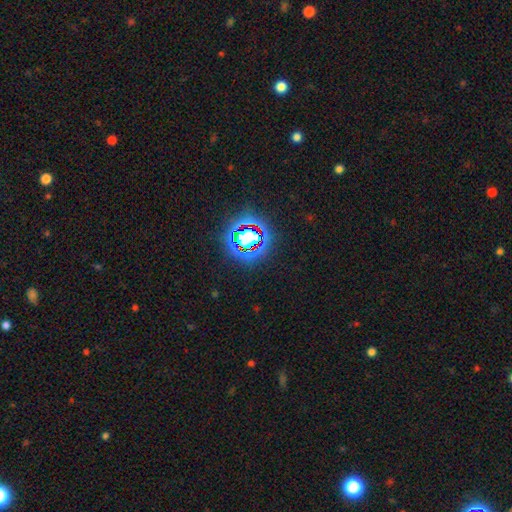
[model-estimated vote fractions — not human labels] Q: Smooth or featured?
A: star or artifact (83%); runner-up: smooth (11%)